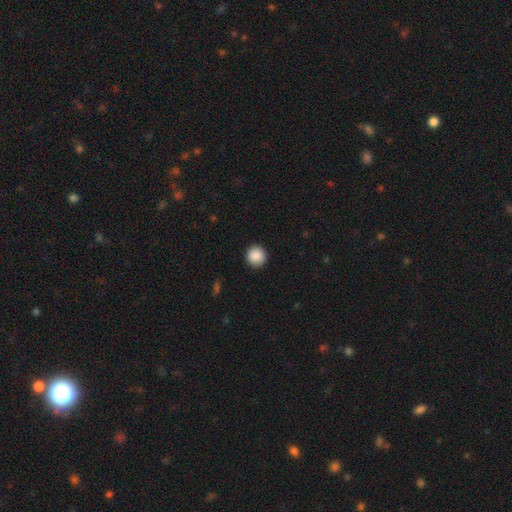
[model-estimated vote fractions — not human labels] Smooth or featured? smooth (89%)
How rounded? round (94%)
Merging? none (92%)